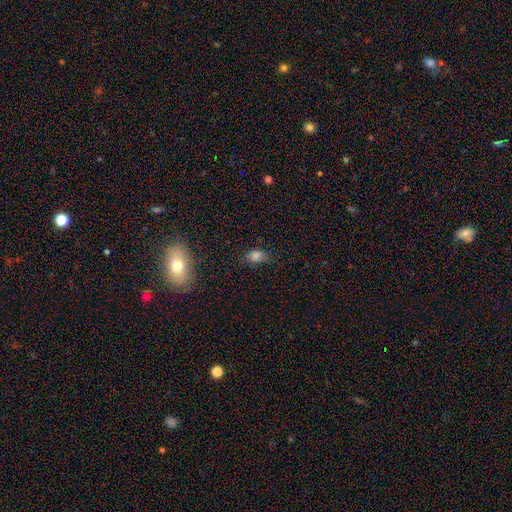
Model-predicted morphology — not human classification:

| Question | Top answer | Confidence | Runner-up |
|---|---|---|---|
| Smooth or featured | smooth | 79% | star or artifact (15%) |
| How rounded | in between | 81% | round (16%) |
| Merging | none | 69% | minor disturbance (22%) |